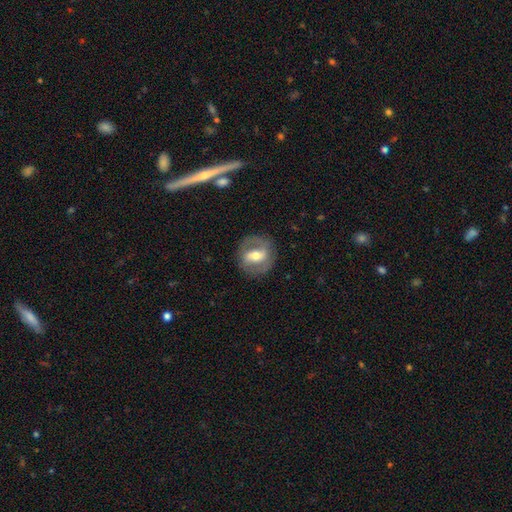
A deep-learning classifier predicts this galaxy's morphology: The model was most divided on "bar": strong: 45%, weak: 38%, no: 17%. More confident: edge-on disk — no (94%); merging — none (82%); smooth or featured — featured or disk (69%); spiral arms — yes (69%); bulge size — moderate (68%).